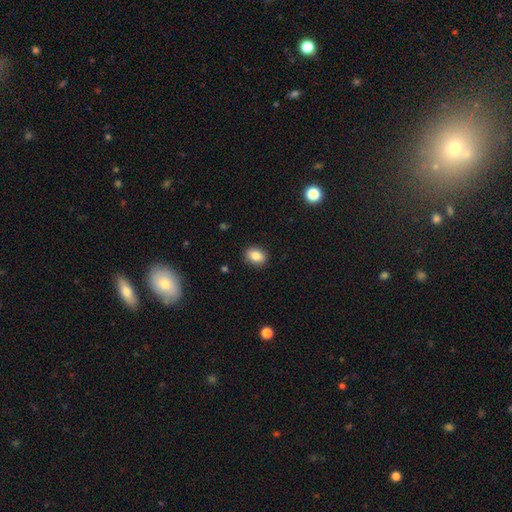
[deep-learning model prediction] Overall: smooth (84%). How rounded: in between (64%; round 35%). Merging: none (89%).